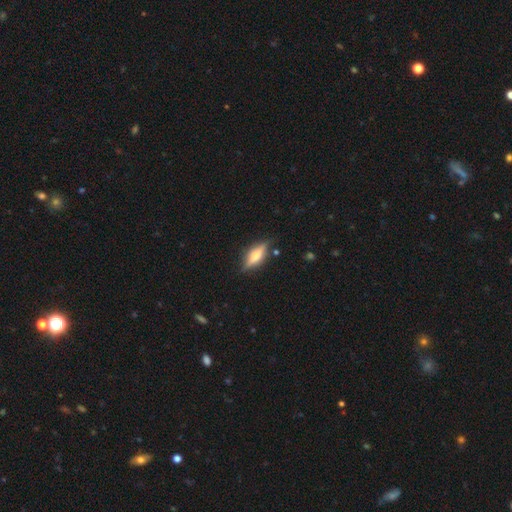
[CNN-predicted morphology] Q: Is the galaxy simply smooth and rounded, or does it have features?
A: featured or disk — 54%.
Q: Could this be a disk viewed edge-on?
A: yes — 91%.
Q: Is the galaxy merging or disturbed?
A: none — 82%.